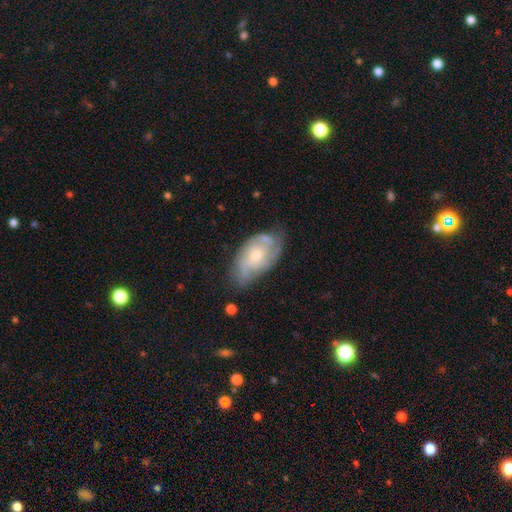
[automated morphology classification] Smooth or featured: featured or disk — 76% (smooth — 19%)
Edge-on disk: no — 95% (yes — 5%)
Bar: no — 74% (weak — 23%)
Spiral arms: yes — 90% (no — 10%)
Spiral winding: tight — 49% (medium — 38%)
Spiral arm count: can't tell — 31% (2 — 30%)
Bulge size: small — 50% (moderate — 46%)
Merging: none — 63% (minor disturbance — 26%)